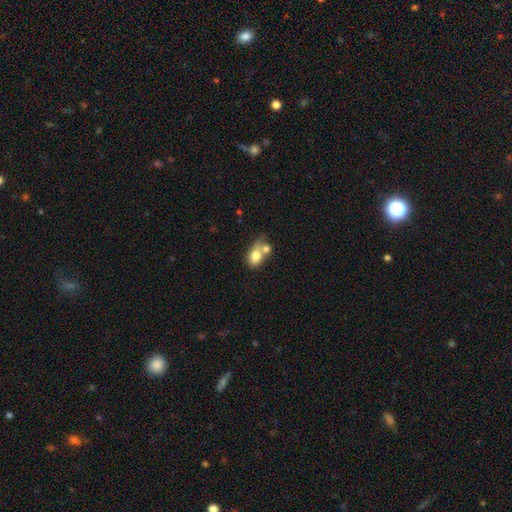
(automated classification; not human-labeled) smooth-or-featured: smooth: 76% | featured or disk: 16% | star or artifact: 8%
  how-rounded: in between: 78% | round: 20% | cigar-shaped: 2%
  merging: merger: 54% | none: 27% | minor disturbance: 13% | major disturbance: 6%